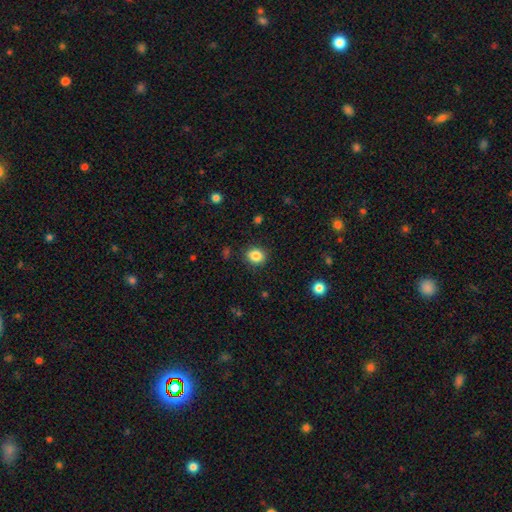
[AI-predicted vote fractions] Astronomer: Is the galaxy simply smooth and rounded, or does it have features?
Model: smooth — 85%.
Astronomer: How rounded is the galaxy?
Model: round — 61% (runner-up: in between, 38%).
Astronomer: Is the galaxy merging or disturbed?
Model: none — 89%.